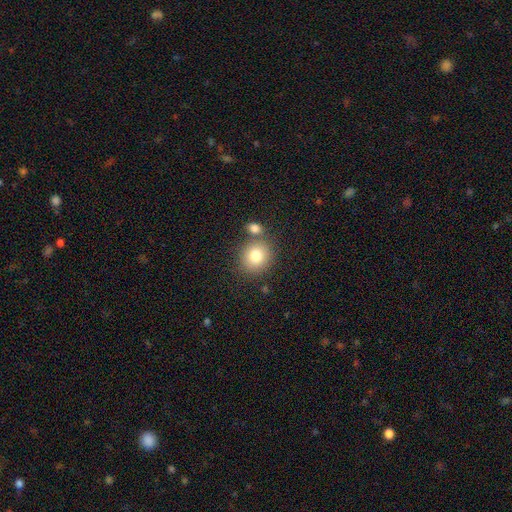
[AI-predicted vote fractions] smooth-or-featured: smooth: 80% | featured or disk: 10% | star or artifact: 10%
  how-rounded: round: 83% | in between: 16% | cigar-shaped: 1%
  merging: none: 67% | merger: 20% | minor disturbance: 10% | major disturbance: 3%